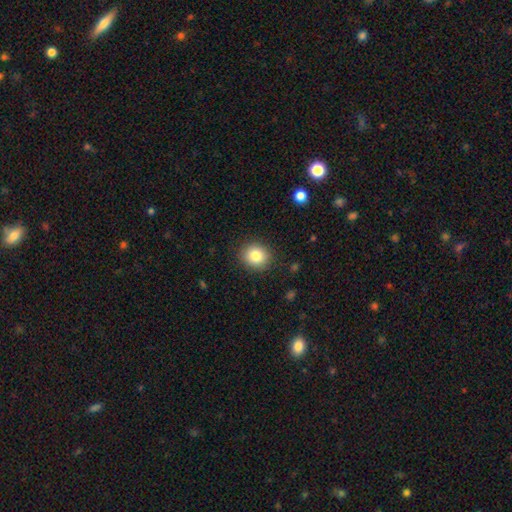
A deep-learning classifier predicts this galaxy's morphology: smooth_or_featured: smooth (p=0.83) [alt: star or artifact p=0.10]
how_rounded: round (p=0.81) [alt: in between p=0.18]
merging: none (p=0.89) [alt: minor disturbance p=0.07]